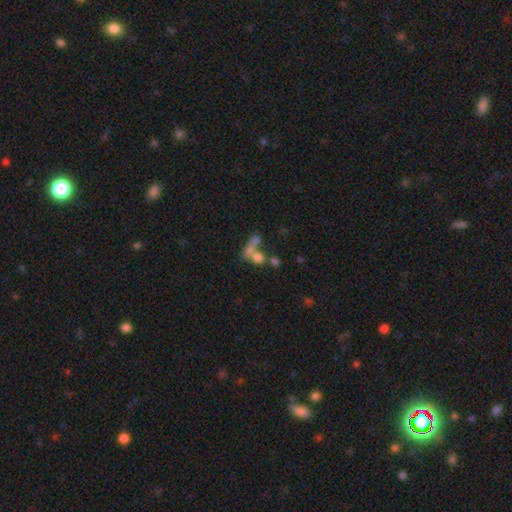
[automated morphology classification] smooth_or_featured: smooth (p=0.64) [alt: featured or disk p=0.21]
how_rounded: round (p=0.51) [alt: in between p=0.38]
merging: merger (p=0.49) [alt: none p=0.32]